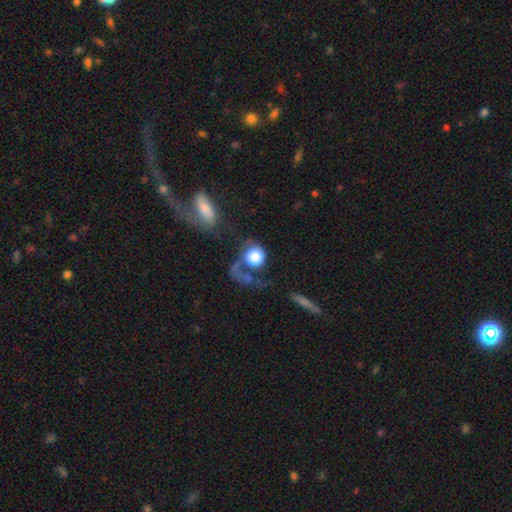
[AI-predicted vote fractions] Morphology: type=smooth (65%); roundness=round (81%); merging=major disturbance (45%).